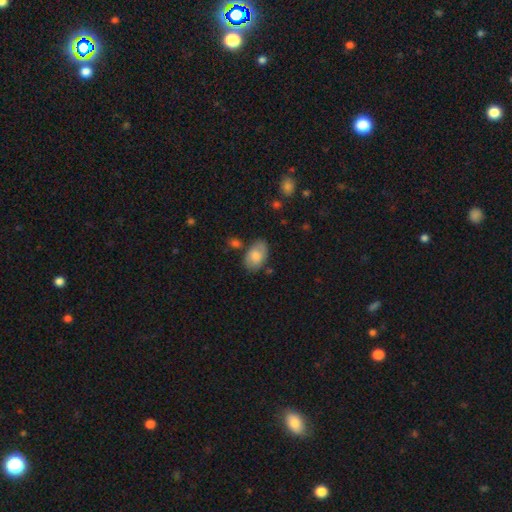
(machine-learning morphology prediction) Q: Smooth or featured?
A: smooth (73%); runner-up: featured or disk (20%)
Q: How rounded?
A: in between (92%); runner-up: round (7%)
Q: Merging?
A: none (70%); runner-up: minor disturbance (19%)